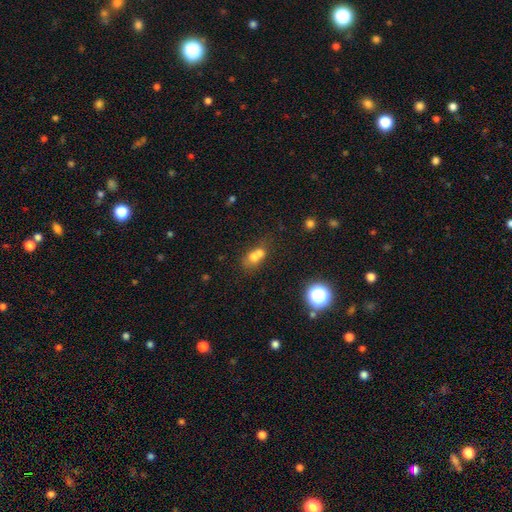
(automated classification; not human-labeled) The model was most divided on "how rounded": round: 57%, in between: 40%, cigar-shaped: 2%. More confident: smooth or featured — smooth (66%); merging — merger (63%).